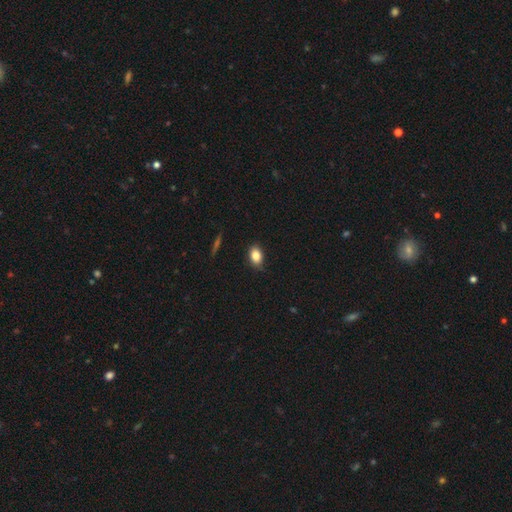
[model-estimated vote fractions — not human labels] A smooth galaxy with no disk features (84%) that is in between round and cigar-shaped (79%). Merging: none (82%).